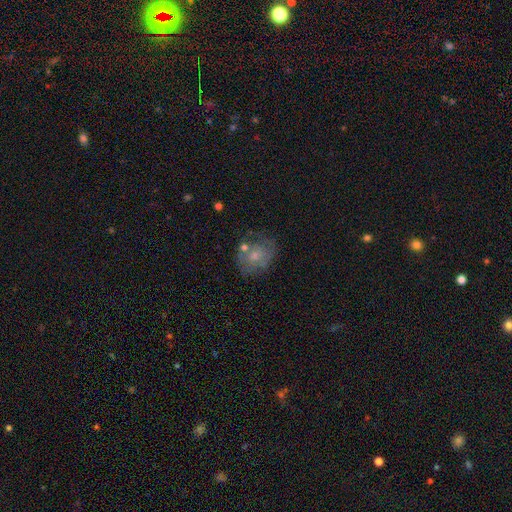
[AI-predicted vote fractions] A smooth galaxy with no disk features (53%) that is round (54%).

Vote fractions:
- Smooth or featured? smooth: 53% / featured or disk: 37% / star or artifact: 10%
- How rounded? round: 54% / in between: 45% / cigar-shaped: 1%
- Merging? none: 48% / minor disturbance: 24% / major disturbance: 14% / merger: 14%